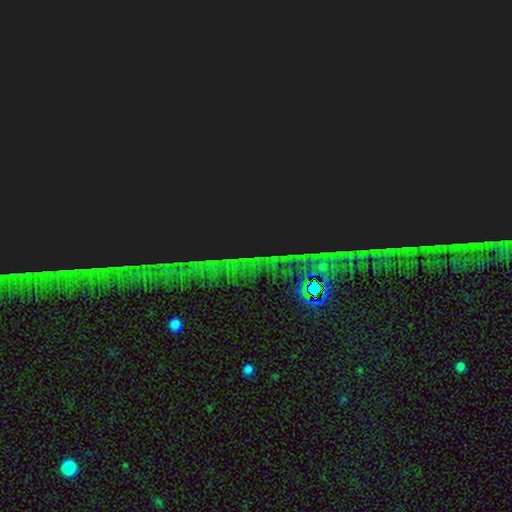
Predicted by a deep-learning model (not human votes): Smooth or featured?
  - star or artifact: 85% *
  - featured or disk: 8%
  - smooth: 7%